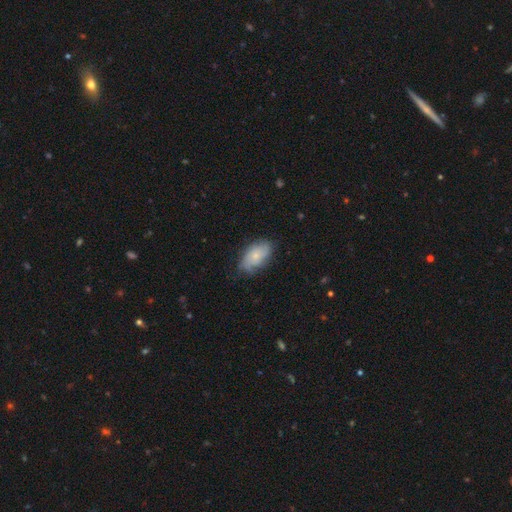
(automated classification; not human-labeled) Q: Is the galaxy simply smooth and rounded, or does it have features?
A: smooth — 55%.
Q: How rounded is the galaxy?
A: in between — 91%.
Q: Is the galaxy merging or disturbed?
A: none — 65%.